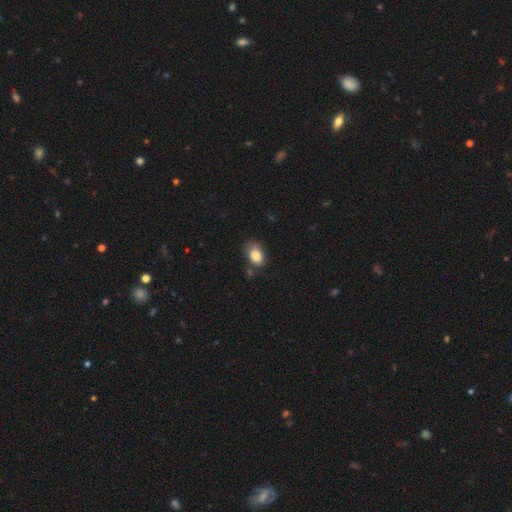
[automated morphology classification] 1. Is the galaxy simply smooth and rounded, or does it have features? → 84% smooth, 8% star or artifact, 8% featured or disk.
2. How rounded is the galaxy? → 82% in between, 17% round, 1% cigar-shaped.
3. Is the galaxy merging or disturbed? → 67% none, 23% minor disturbance, 5% major disturbance, 5% merger.